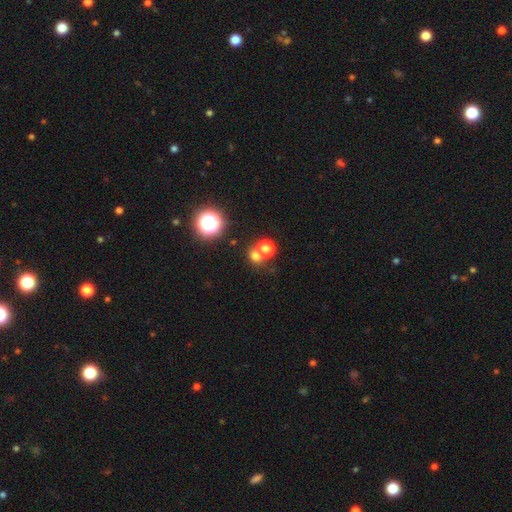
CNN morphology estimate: Q: Smooth or featured?
A: smooth (68%); runner-up: star or artifact (23%)
Q: How rounded?
A: round (78%); runner-up: in between (21%)
Q: Merging?
A: none (54%); runner-up: merger (35%)